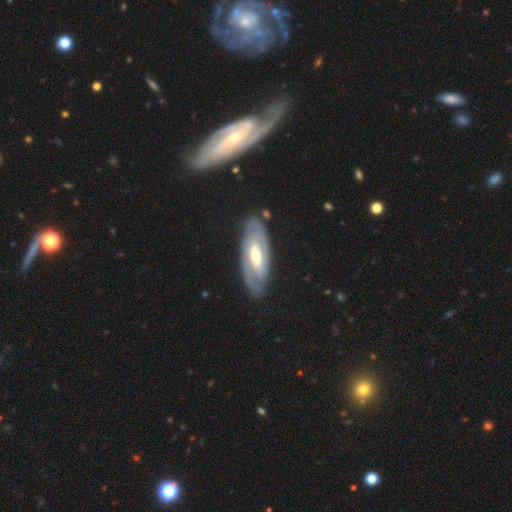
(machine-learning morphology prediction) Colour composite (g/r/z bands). It shows a featured or disk galaxy (76%) with a weak bar (41%), spiral arms (75%) and a moderate central bulge (65%). Merging: none (81%).